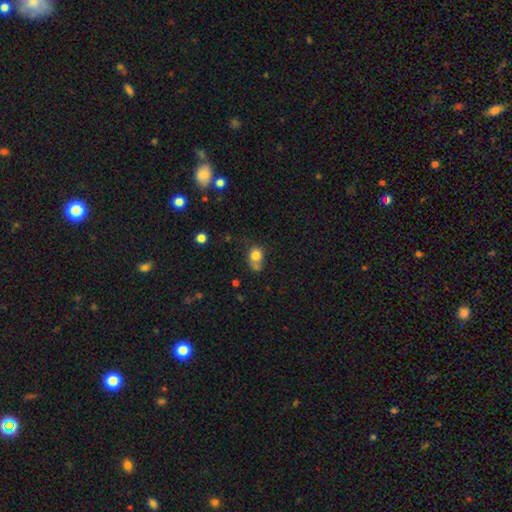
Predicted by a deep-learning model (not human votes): smooth_or_featured: smooth (p=0.79) [alt: star or artifact p=0.11]
how_rounded: round (p=0.63) [alt: in between p=0.36]
merging: none (p=0.43) [alt: merger p=0.25]